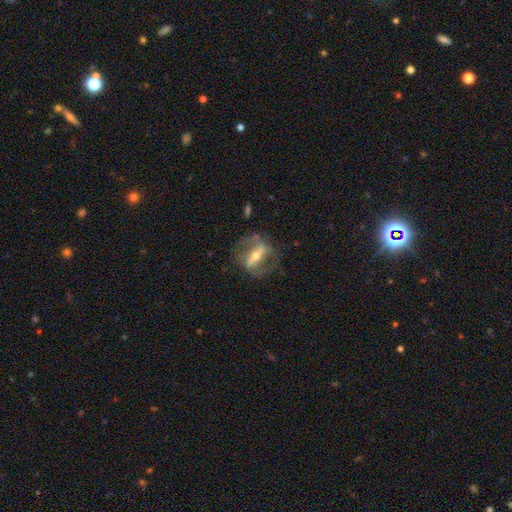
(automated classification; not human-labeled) smooth_or_featured: featured or disk (p=0.82) [alt: smooth p=0.11]
disk_edge_on: no (p=0.83) [alt: yes p=0.17]
bar: strong (p=0.72) [alt: weak p=0.19]
has_spiral_arms: yes (p=0.71) [alt: no p=0.29]
bulge_size: moderate (p=0.53) [alt: small p=0.41]
merging: none (p=0.68) [alt: minor disturbance p=0.17]